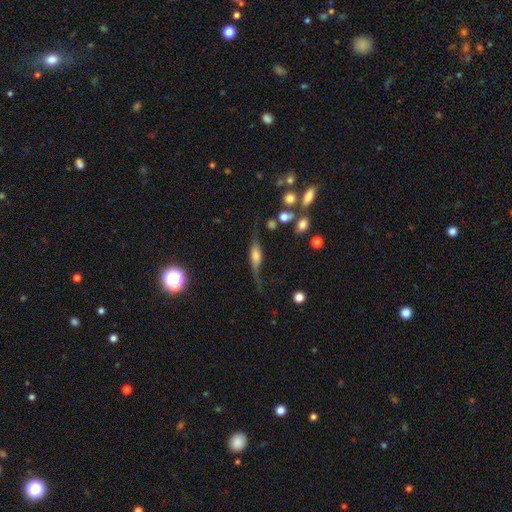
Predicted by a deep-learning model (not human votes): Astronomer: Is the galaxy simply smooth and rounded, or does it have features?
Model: featured or disk — 56% (runner-up: smooth, 35%).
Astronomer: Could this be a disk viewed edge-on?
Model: yes — 67%.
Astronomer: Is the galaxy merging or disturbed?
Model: none — 51%.